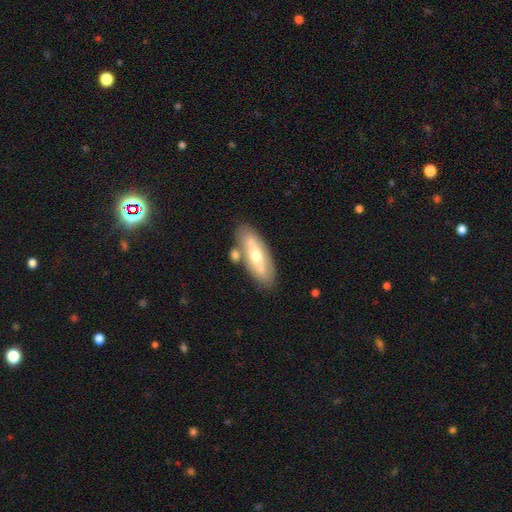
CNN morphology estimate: smooth 50%, featured or disk 44%, star or artifact 6%. Down the decision tree: how rounded — in between (67%); merging — none (71%).